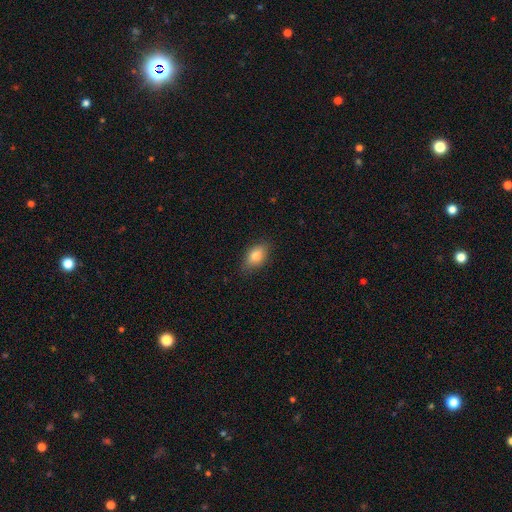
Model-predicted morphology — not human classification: smooth-or-featured: smooth: 82% | featured or disk: 10% | star or artifact: 8%
  how-rounded: in between: 88% | round: 9% | cigar-shaped: 4%
  merging: none: 81% | minor disturbance: 15% | major disturbance: 3% | merger: 1%